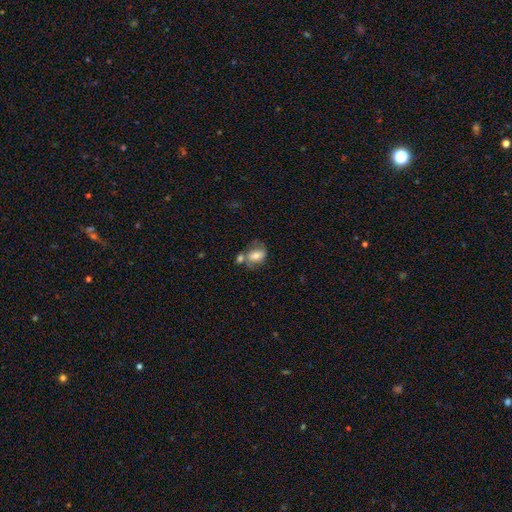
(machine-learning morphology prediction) The model was most divided on "merging": merger: 39%, none: 35%, minor disturbance: 17%, major disturbance: 9%. More confident: how rounded — in between (72%); smooth or featured — smooth (65%).